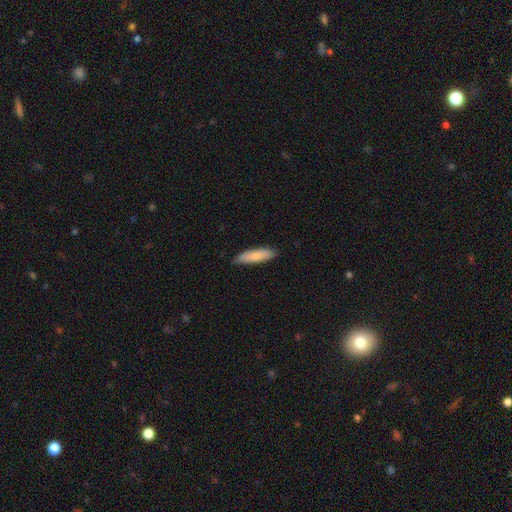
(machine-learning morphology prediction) This is clearly a smooth galaxy (82%). How rounded: likely cigar-shaped (68%). Merging: clearly none (87%).